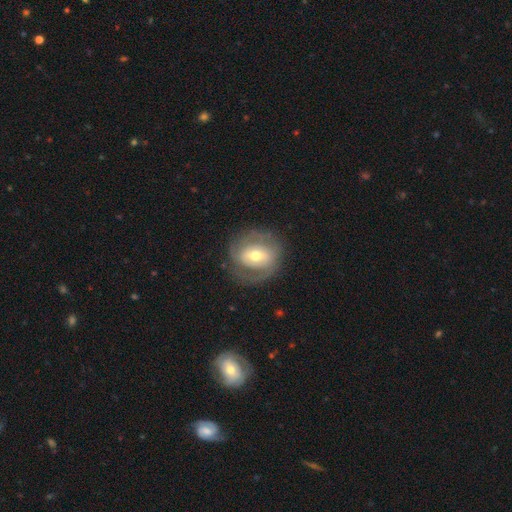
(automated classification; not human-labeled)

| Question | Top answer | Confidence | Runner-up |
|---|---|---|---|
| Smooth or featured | featured or disk | 62% | smooth (31%) |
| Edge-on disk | no | 95% | yes (5%) |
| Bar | weak | 40% | no (33%) |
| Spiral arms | yes | 63% | no (37%) |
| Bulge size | moderate | 67% | small (23%) |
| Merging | none | 71% | minor disturbance (17%) |